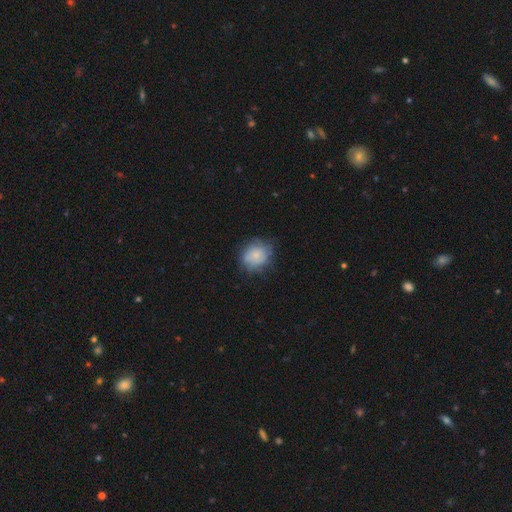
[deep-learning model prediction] Q: Smooth or featured?
A: smooth (71%); runner-up: featured or disk (21%)
Q: How rounded?
A: round (68%); runner-up: in between (31%)
Q: Merging?
A: none (65%); runner-up: minor disturbance (25%)